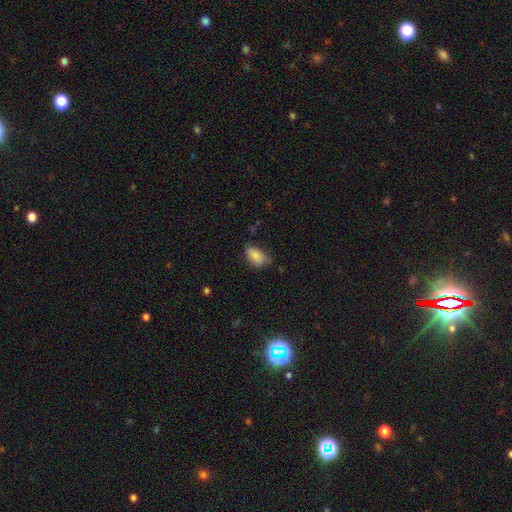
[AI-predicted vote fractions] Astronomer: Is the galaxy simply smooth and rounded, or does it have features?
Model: smooth — 85%.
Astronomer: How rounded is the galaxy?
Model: in between — 92%.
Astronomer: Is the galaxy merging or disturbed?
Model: none — 67%.